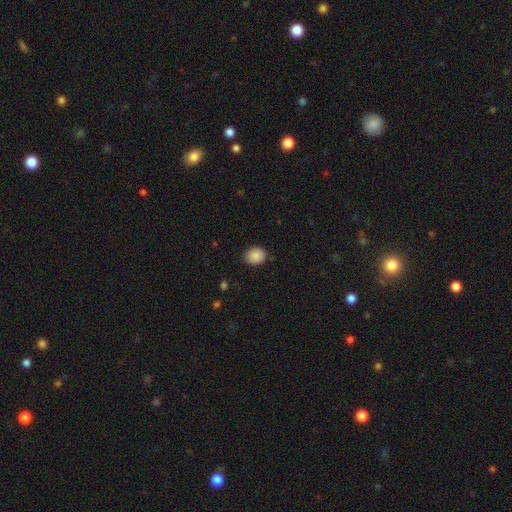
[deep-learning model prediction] A smooth galaxy with no disk features (88%) that is round (64%). Merging: none (85%).